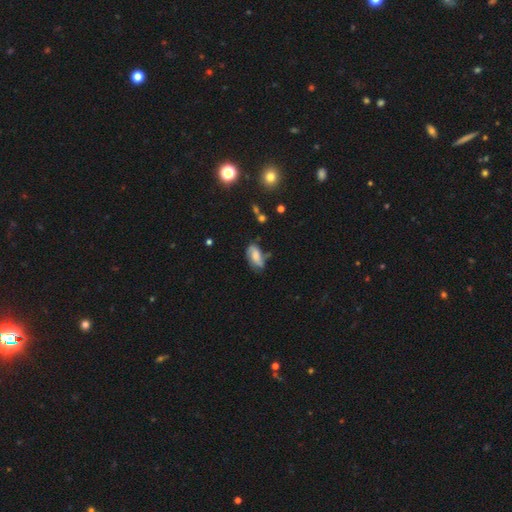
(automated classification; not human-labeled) Smooth or featured? smooth (46%)
Merging? none (48%)